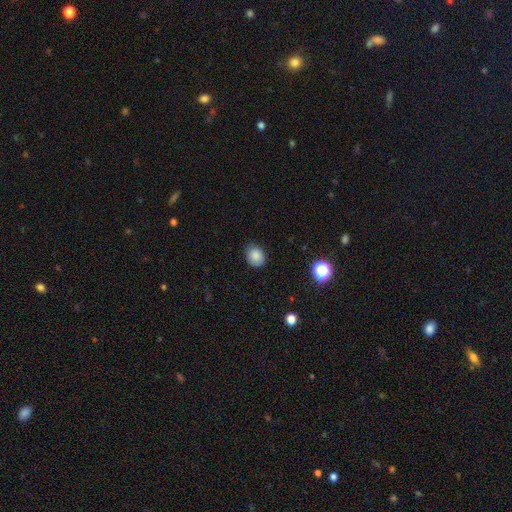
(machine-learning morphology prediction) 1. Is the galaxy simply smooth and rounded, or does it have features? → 85% smooth, 10% star or artifact, 5% featured or disk.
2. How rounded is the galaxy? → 50% in between, 49% round, 1% cigar-shaped.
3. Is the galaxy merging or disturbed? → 80% none, 16% minor disturbance, 3% major disturbance, 1% merger.